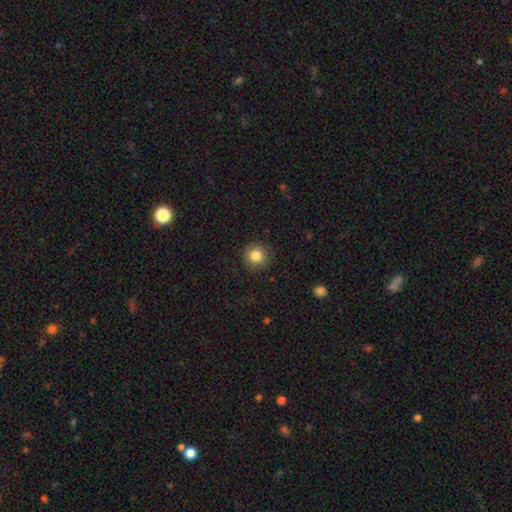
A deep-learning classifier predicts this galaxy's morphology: smooth_or_featured: smooth (p=0.84) [alt: star or artifact p=0.09]
how_rounded: round (p=0.94) [alt: in between p=0.05]
merging: none (p=0.89) [alt: minor disturbance p=0.08]